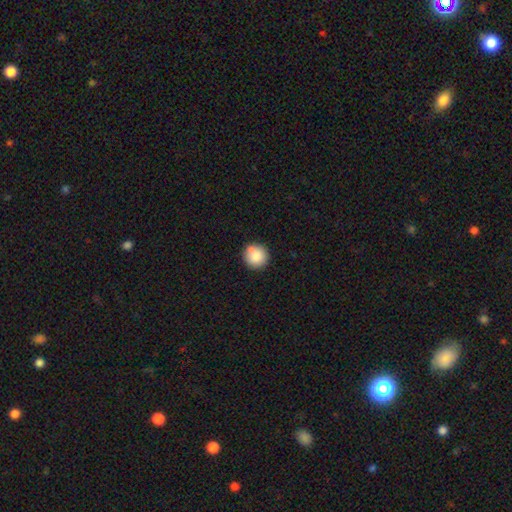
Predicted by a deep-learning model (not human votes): Smooth or featured: smooth — 81% (featured or disk — 10%)
How rounded: round — 94% (in between — 5%)
Merging: none — 77% (minor disturbance — 12%)